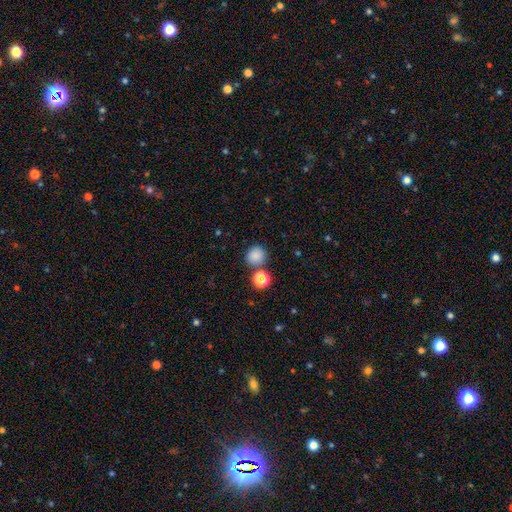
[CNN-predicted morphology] smooth 84%, star or artifact 12%, featured or disk 4%. Down the decision tree: how rounded — round (87%); merging — none (74%).